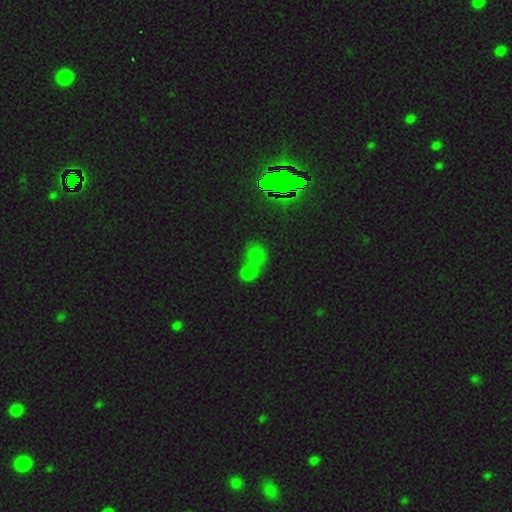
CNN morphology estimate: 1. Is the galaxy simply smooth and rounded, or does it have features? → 57% smooth, 33% star or artifact, 10% featured or disk.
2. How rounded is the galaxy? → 61% round, 36% in between, 3% cigar-shaped.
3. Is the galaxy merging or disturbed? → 48% merger, 35% none, 10% minor disturbance, 8% major disturbance.